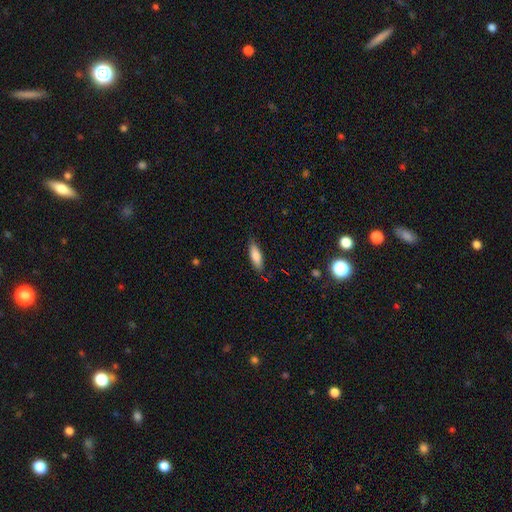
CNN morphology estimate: smooth 78%, featured or disk 15%, star or artifact 6%. Down the decision tree: how rounded — in between (53%); merging — none (84%).